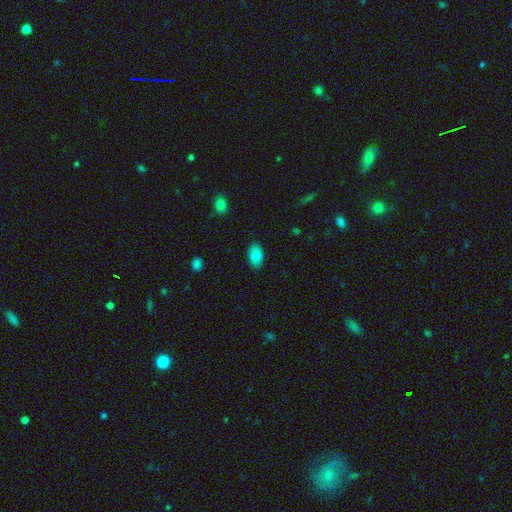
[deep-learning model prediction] The model was most divided on "smooth or featured": smooth: 81%, featured or disk: 12%, star or artifact: 7%. More confident: how rounded — in between (91%); merging — none (87%).